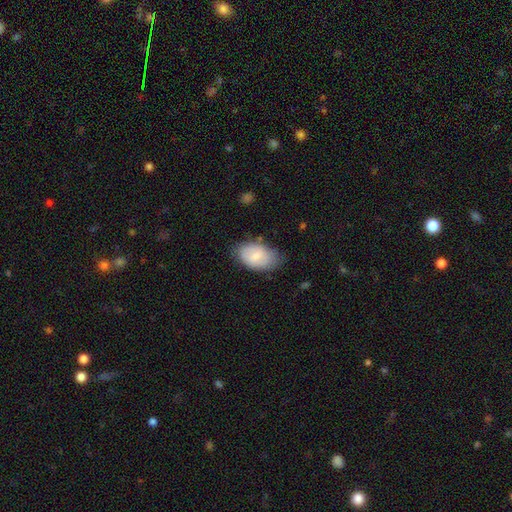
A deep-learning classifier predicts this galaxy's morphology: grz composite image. It shows a smooth galaxy with no disk features (76%) that is in between round and cigar-shaped (93%). Merging: none (68%).